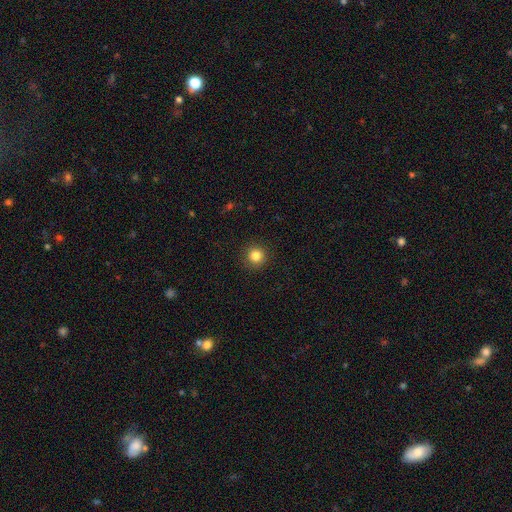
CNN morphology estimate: type=smooth (84%); roundness=round (95%); merging=none (92%).